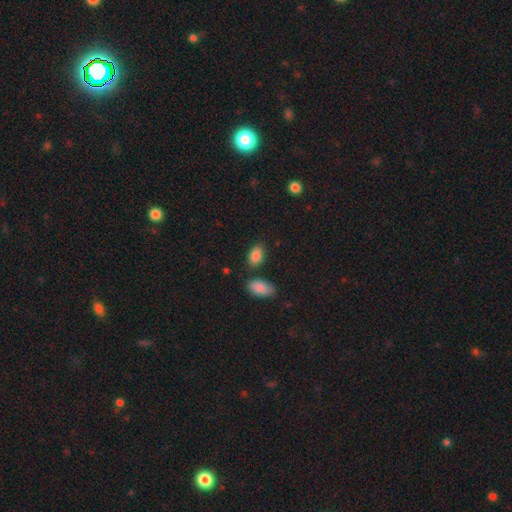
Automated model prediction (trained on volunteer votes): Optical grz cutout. It shows a smooth galaxy with no disk features (87%) that is in between round and cigar-shaped (90%). Merging: none (77%).